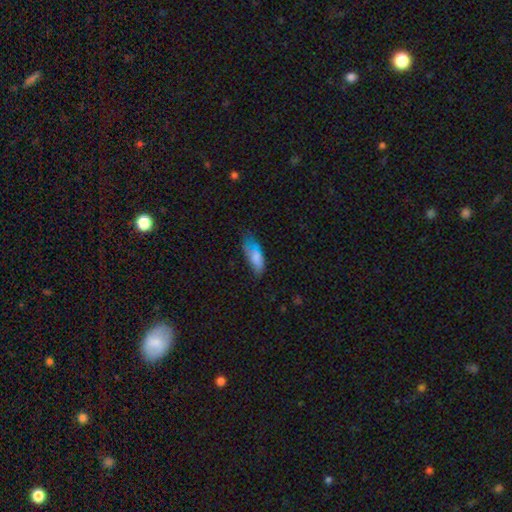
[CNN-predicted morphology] type=smooth (76%); roundness=in between (78%); merging=none (39%).